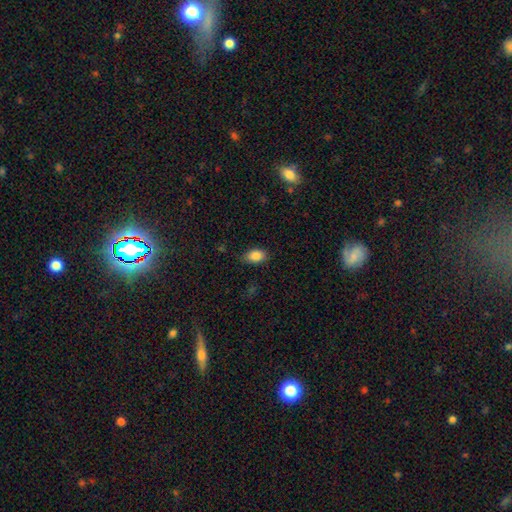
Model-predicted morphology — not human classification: This is clearly a smooth galaxy (86%). How rounded: clearly in between (87%). Merging: clearly none (82%).